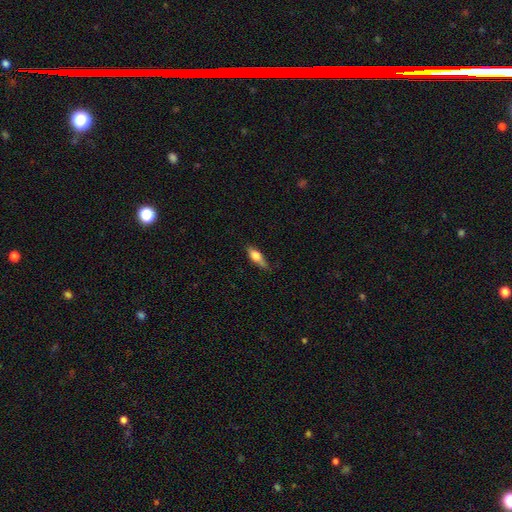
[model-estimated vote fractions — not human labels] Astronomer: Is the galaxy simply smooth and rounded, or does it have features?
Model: smooth — 68%.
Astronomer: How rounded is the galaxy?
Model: in between — 60% (runner-up: cigar-shaped, 37%).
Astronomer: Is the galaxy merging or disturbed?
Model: none — 56% (runner-up: minor disturbance, 33%).